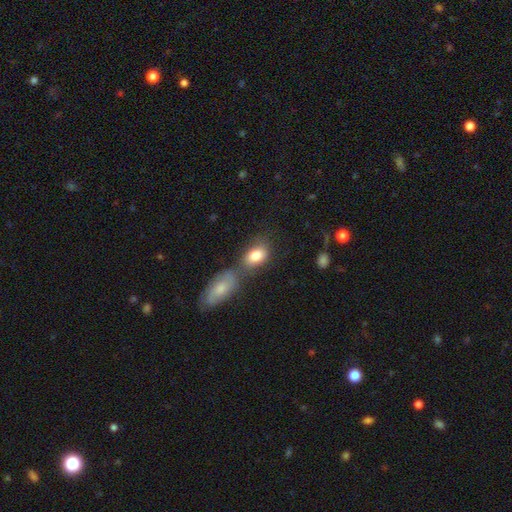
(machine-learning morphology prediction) The model was most divided on "merging": none: 46%, merger: 34%, minor disturbance: 15%, major disturbance: 6%. More confident: how rounded — in between (84%); smooth or featured — smooth (82%).